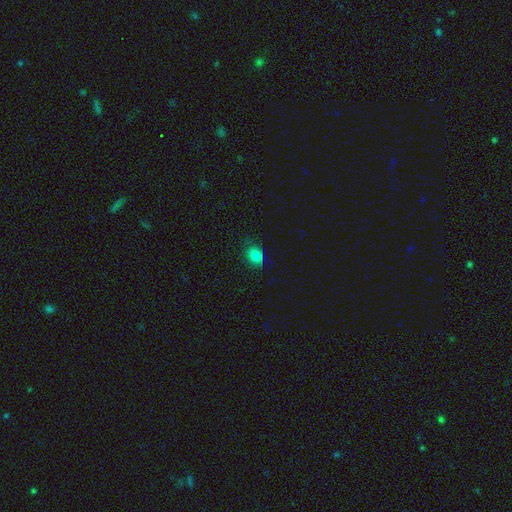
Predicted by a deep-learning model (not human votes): The model was most divided on "how rounded": in between: 55%, round: 43%, cigar-shaped: 1%. More confident: smooth or featured — smooth (83%); merging — none (74%).